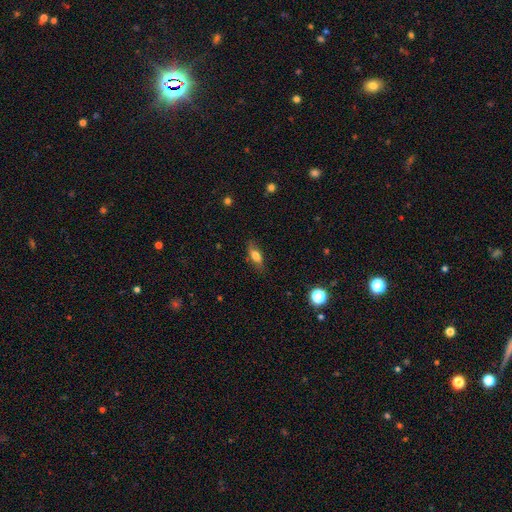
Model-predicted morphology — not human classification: smooth 67%, featured or disk 24%, star or artifact 9%. Down the decision tree: how rounded — in between (68%); merging — none (76%).